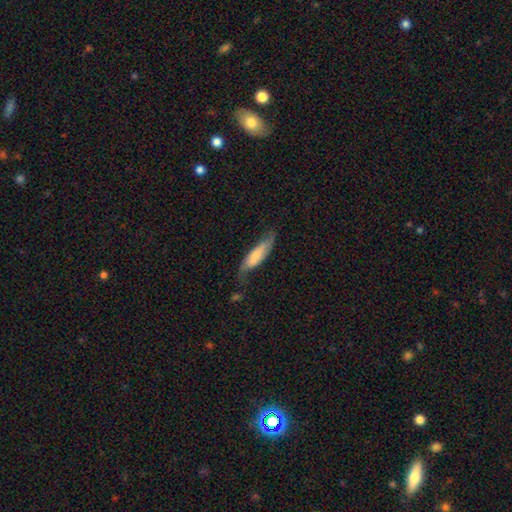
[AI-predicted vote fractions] Morphology: type=smooth (61%); roundness=cigar-shaped (62%); merging=none (54%).